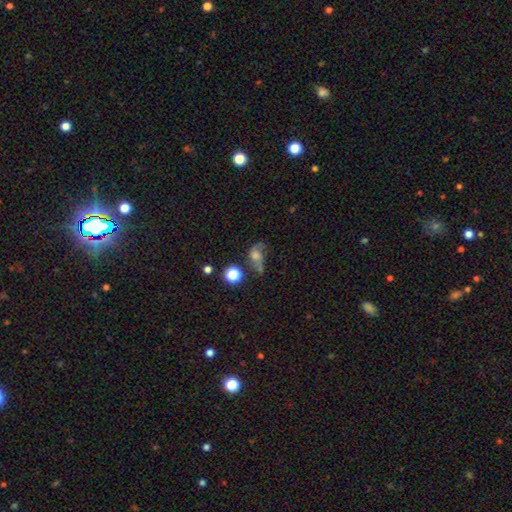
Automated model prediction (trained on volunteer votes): Smooth or featured? smooth (40%)
Merging? none (34%)